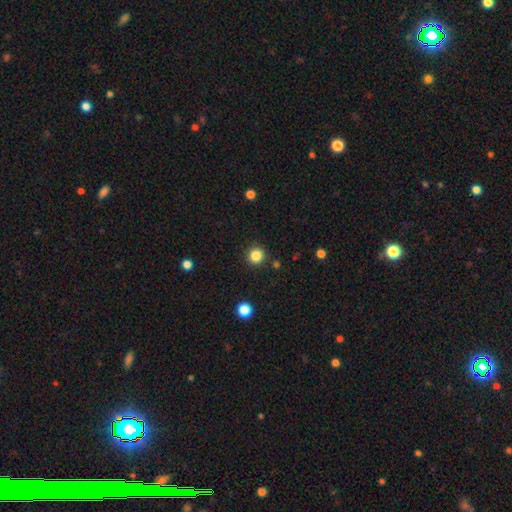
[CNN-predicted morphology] This is clearly a smooth galaxy (84%). How rounded: clearly round (95%). Merging: clearly none (91%).